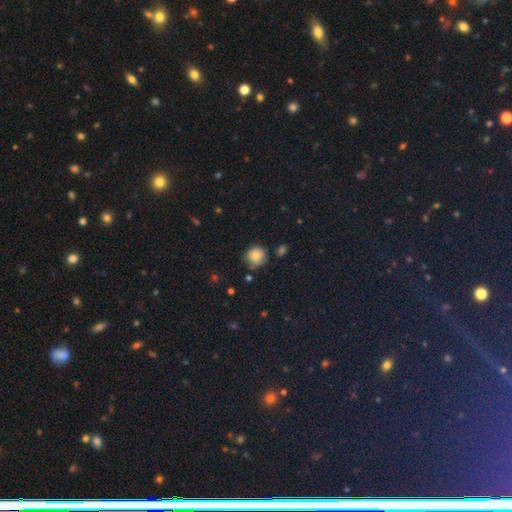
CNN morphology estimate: Smooth or featured: smooth — 77% (featured or disk — 12%)
How rounded: round — 90% (in between — 9%)
Merging: none — 74% (minor disturbance — 18%)